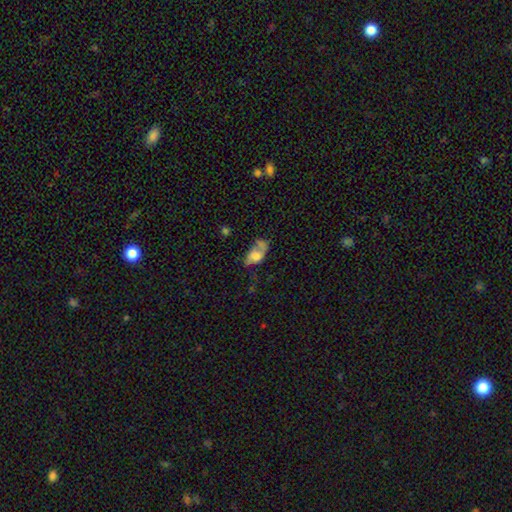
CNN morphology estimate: Q: Smooth or featured?
A: smooth (52%); runner-up: featured or disk (39%)
Q: How rounded?
A: in between (87%); runner-up: round (9%)
Q: Merging?
A: major disturbance (31%); runner-up: none (30%)